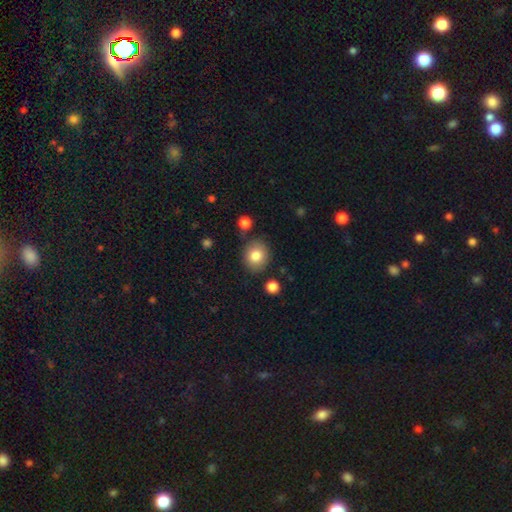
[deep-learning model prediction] The model was most divided on "how rounded": round: 68%, in between: 31%, cigar-shaped: 1%. More confident: smooth or featured — smooth (82%); merging — none (81%).